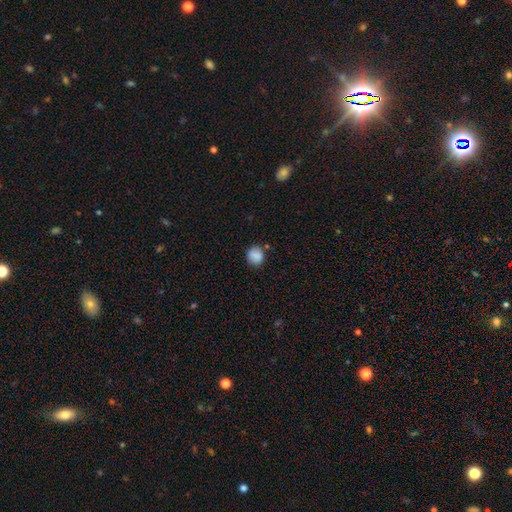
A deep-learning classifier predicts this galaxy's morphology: Overall: smooth (86%). How rounded: round (79%). Merging: none (76%).